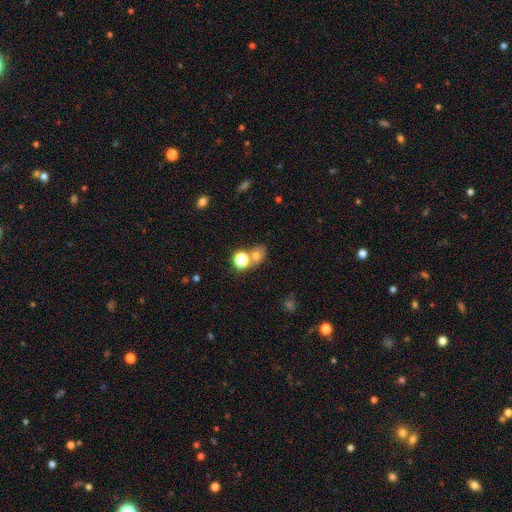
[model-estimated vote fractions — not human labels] Smooth or featured? smooth (65%)
How rounded? round (56%)
Merging? none (52%)